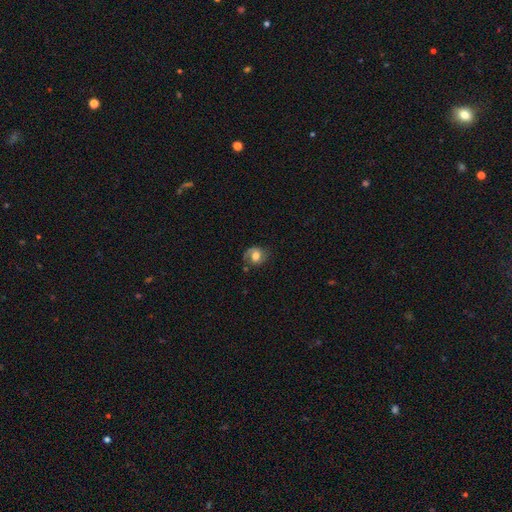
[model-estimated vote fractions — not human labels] featured or disk 54%, smooth 37%, star or artifact 9%. Down the decision tree: edge-on disk — no (97%); bar — no (57%); spiral arms — yes (84%); bulge size — moderate (54%); merging — none (62%).